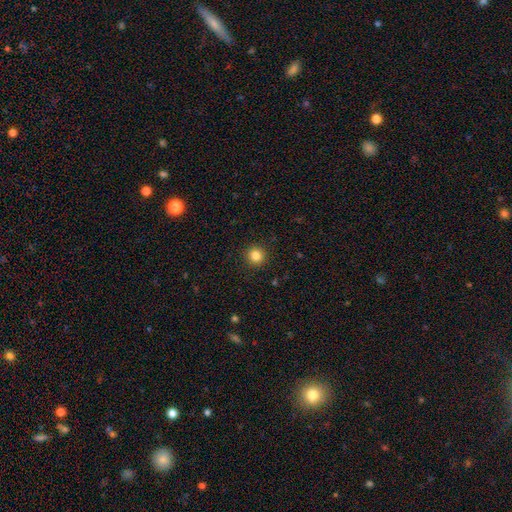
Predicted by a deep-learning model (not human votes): A smooth galaxy with no disk features (83%) that is round (93%). Merging: none (92%).